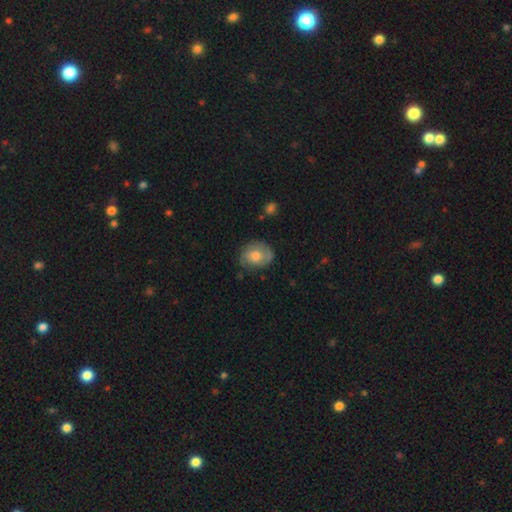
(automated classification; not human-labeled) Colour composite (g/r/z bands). It shows a smooth galaxy with no disk features (51%) that is round (55%). Merging: none (70%).